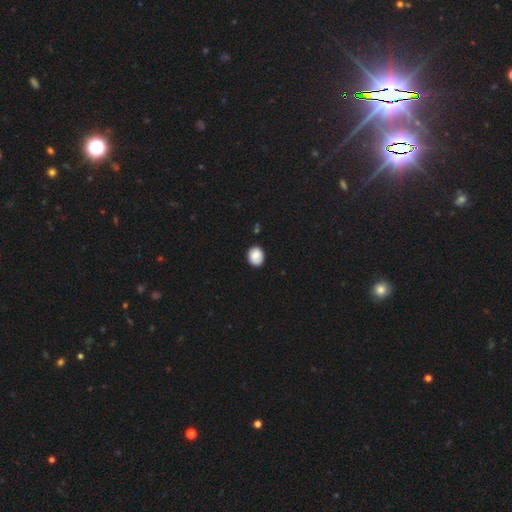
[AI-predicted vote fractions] Smooth or featured? Predicted: smooth (p=0.84). How rounded? Predicted: round (p=0.67). Merging? Predicted: none (p=0.83).